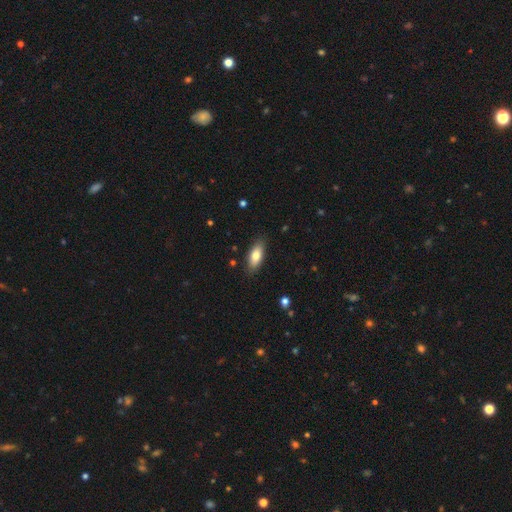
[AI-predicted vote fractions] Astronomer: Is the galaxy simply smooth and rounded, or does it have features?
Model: smooth — 79%.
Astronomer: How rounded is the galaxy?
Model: in between — 78%.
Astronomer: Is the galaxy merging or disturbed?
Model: none — 86%.